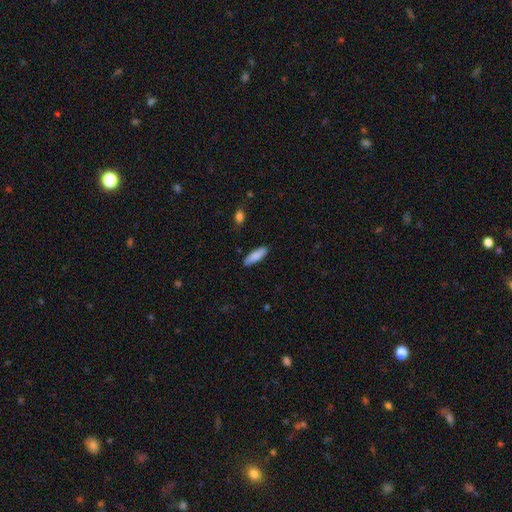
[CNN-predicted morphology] The model was most divided on "how rounded": in between: 54%, cigar-shaped: 44%, round: 2%. More confident: merging — none (86%); smooth or featured — smooth (84%).